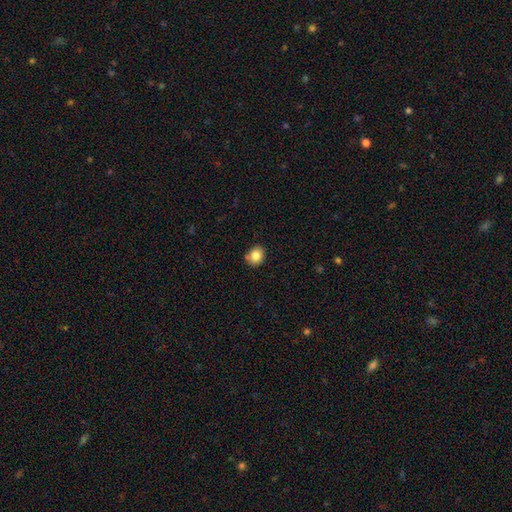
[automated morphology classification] Q: Smooth or featured?
A: smooth (83%); runner-up: star or artifact (10%)
Q: How rounded?
A: round (70%); runner-up: in between (30%)
Q: Merging?
A: none (79%); runner-up: minor disturbance (14%)